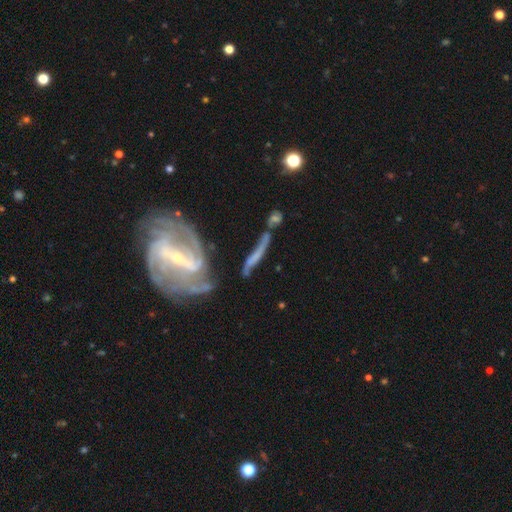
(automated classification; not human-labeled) smooth_or_featured: featured or disk (p=0.69) [alt: smooth p=0.23]
disk_edge_on: no (p=0.55) [alt: yes p=0.45]
merging: none (p=0.43) [alt: minor disturbance p=0.22]